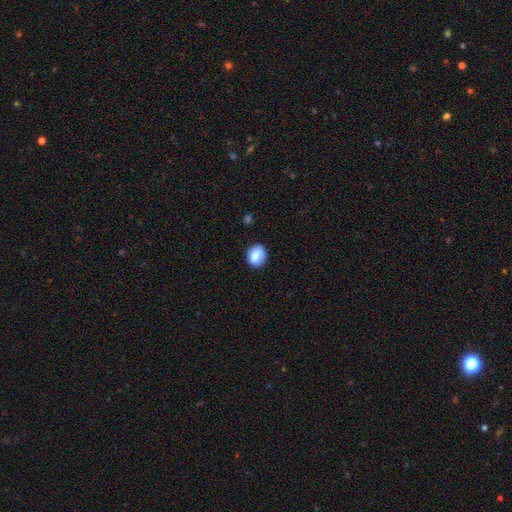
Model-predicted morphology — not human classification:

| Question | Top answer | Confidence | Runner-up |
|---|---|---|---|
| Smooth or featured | smooth | 83% | featured or disk (9%) |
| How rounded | round | 54% | in between (45%) |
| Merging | none | 82% | minor disturbance (13%) |